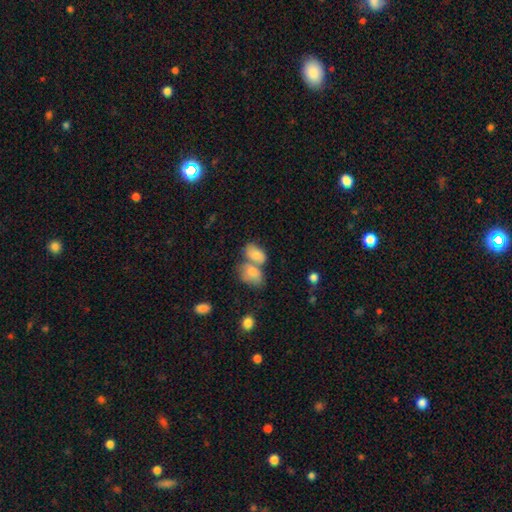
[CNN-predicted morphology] smooth_or_featured: smooth (p=0.72) [alt: featured or disk p=0.18]
how_rounded: in between (p=0.85) [alt: round p=0.12]
merging: merger (p=0.59) [alt: none p=0.26]